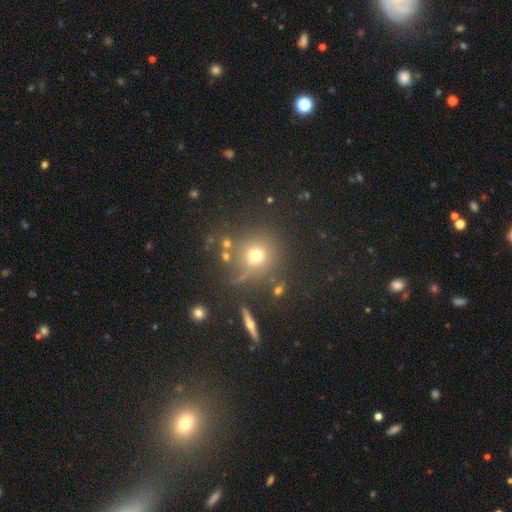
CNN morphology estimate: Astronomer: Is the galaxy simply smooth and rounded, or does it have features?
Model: smooth — 64%.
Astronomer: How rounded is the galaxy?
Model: round — 89%.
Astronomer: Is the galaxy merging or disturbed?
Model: none — 76%.